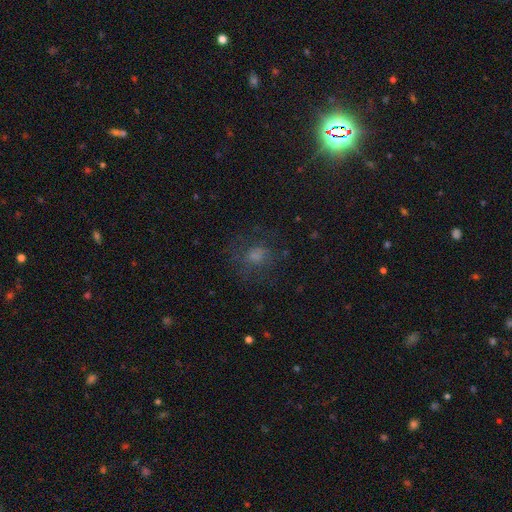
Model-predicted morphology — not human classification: smooth 55%, featured or disk 24%, star or artifact 21%. Down the decision tree: how rounded — round (72%); merging — none (62%).